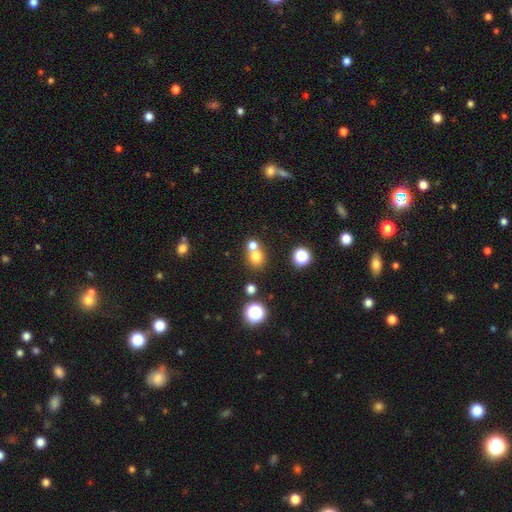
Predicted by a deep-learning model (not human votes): smooth-or-featured: smooth: 72% | star or artifact: 18% | featured or disk: 10%
  how-rounded: round: 81% | in between: 18% | cigar-shaped: 1%
  merging: none: 50% | merger: 41% | minor disturbance: 6% | major disturbance: 3%